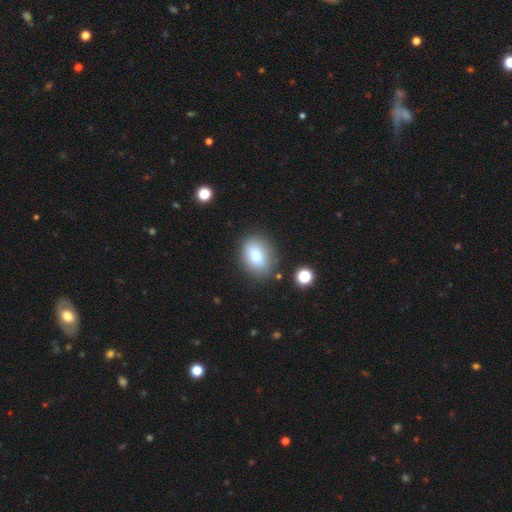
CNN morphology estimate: type=smooth (80%); roundness=in between (75%); merging=none (80%).